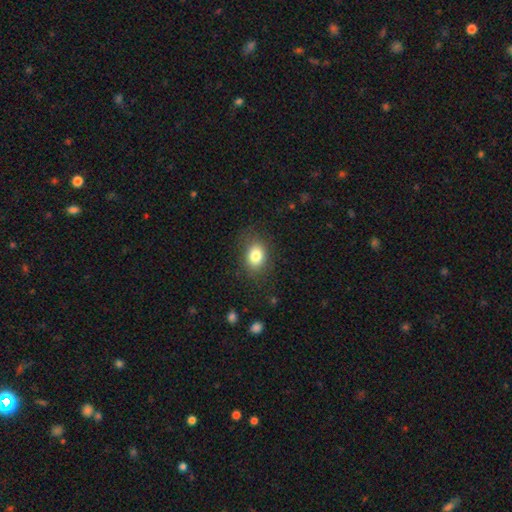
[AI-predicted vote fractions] Smooth or featured: smooth — 82% (star or artifact — 10%)
How rounded: in between — 66% (round — 33%)
Merging: none — 81% (minor disturbance — 13%)